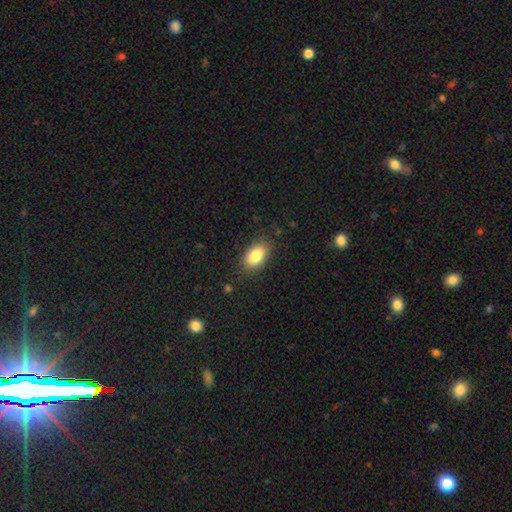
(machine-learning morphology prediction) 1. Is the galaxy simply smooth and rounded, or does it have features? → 83% smooth, 9% featured or disk, 8% star or artifact.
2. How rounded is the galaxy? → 89% in between, 10% round, 2% cigar-shaped.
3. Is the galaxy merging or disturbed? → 84% none, 12% minor disturbance, 3% major disturbance, 1% merger.